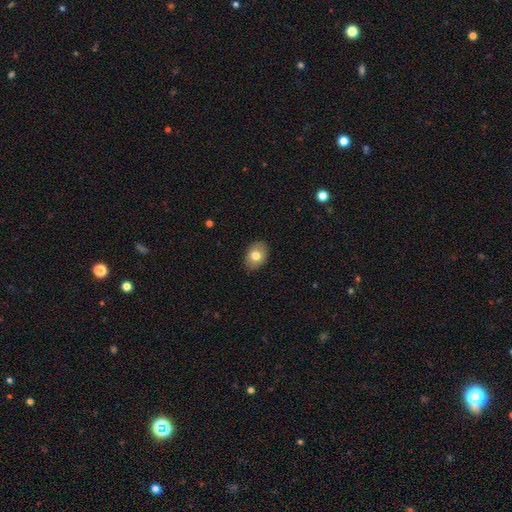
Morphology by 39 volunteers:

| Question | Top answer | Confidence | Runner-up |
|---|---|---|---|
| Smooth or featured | smooth | 79% | featured or disk (13%) |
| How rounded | in between | 65% | round (35%) |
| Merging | none | 94% | minor disturbance (3%) |